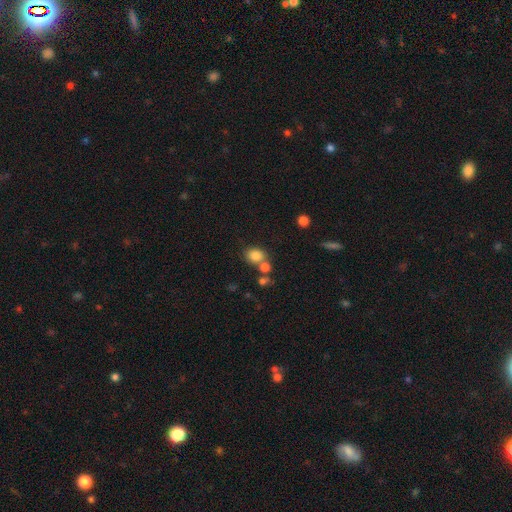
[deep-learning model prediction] Q: Smooth or featured?
A: smooth (81%); runner-up: star or artifact (12%)
Q: How rounded?
A: round (57%); runner-up: in between (42%)
Q: Merging?
A: none (58%); runner-up: merger (27%)